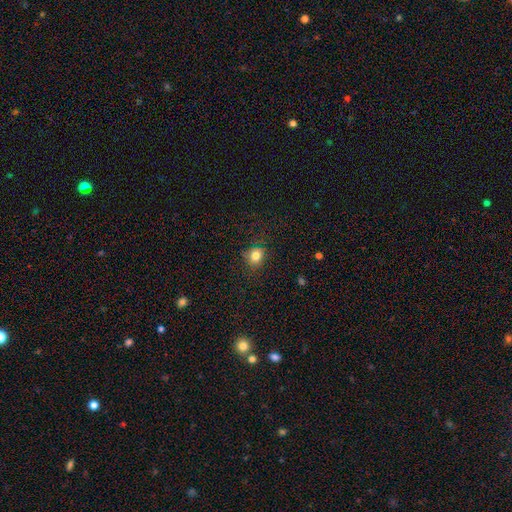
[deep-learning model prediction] This is likely a smooth galaxy (80%). How rounded: likely round (77%). Merging: clearly none (81%).